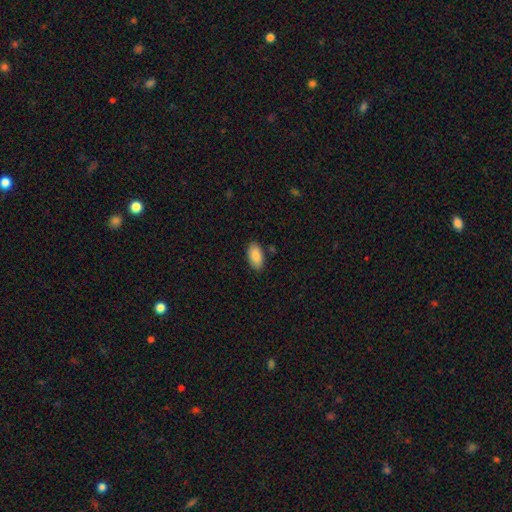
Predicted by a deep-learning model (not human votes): This is clearly a smooth galaxy (86%). How rounded: clearly in between (94%). Merging: clearly none (86%).